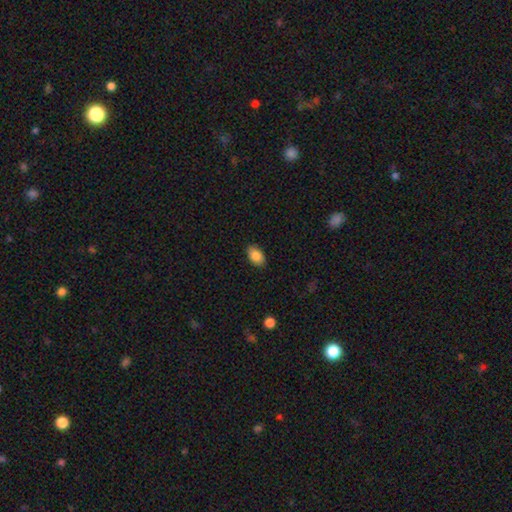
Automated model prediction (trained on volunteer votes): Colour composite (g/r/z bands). It shows a smooth galaxy with no disk features (87%) that is in between round and cigar-shaped (91%). Merging: none (88%).